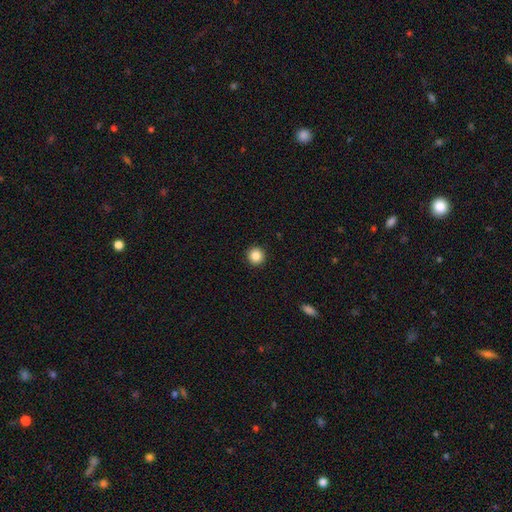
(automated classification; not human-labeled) The model was most divided on "smooth or featured": smooth: 86%, star or artifact: 10%, featured or disk: 4%. More confident: how rounded — round (96%); merging — none (94%).